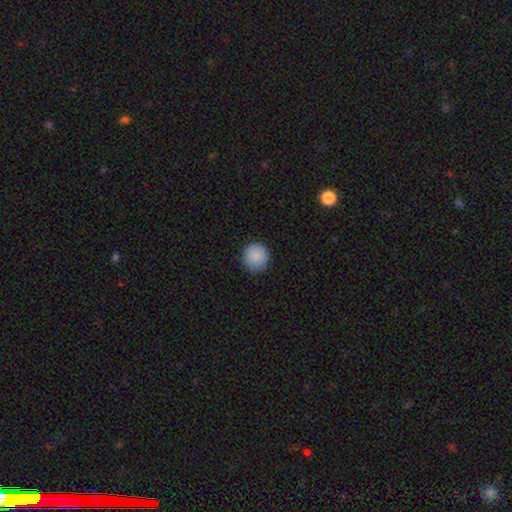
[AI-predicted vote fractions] Smooth or featured? smooth (89%)
How rounded? round (93%)
Merging? none (89%)